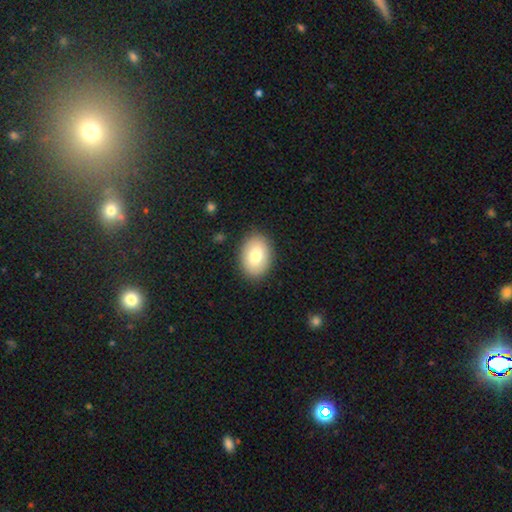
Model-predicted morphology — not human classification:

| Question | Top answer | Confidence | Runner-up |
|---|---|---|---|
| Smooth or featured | smooth | 78% | featured or disk (15%) |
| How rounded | in between | 80% | round (19%) |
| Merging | none | 87% | minor disturbance (9%) |